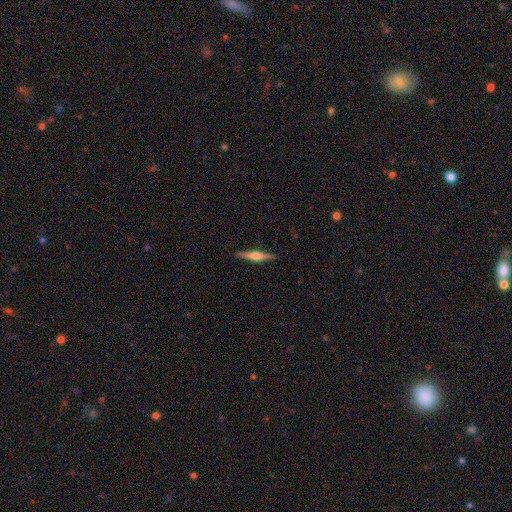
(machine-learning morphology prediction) Smooth or featured?
  - featured or disk: 70% *
  - smooth: 24%
  - star or artifact: 5%
Edge-on disk?
  - yes: 98% *
  - no: 2%
Edge-on bulge?
  - rounded: 91% *
  - boxy: 6%
  - none: 3%
Merging?
  - none: 92% *
  - minor disturbance: 6%
  - major disturbance: 1%
  - merger: 1%